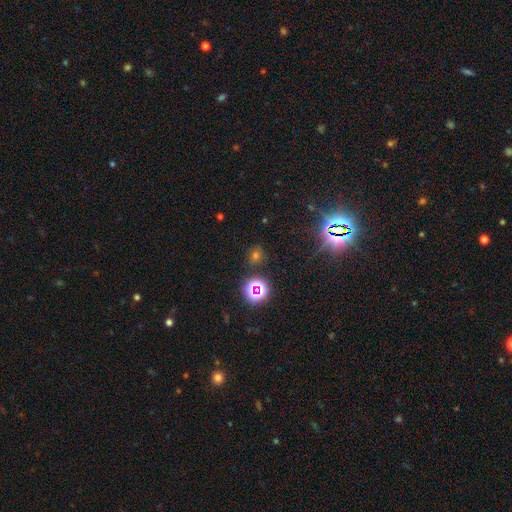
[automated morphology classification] A star or artifact, not a galaxy (46%, tied with smooth).